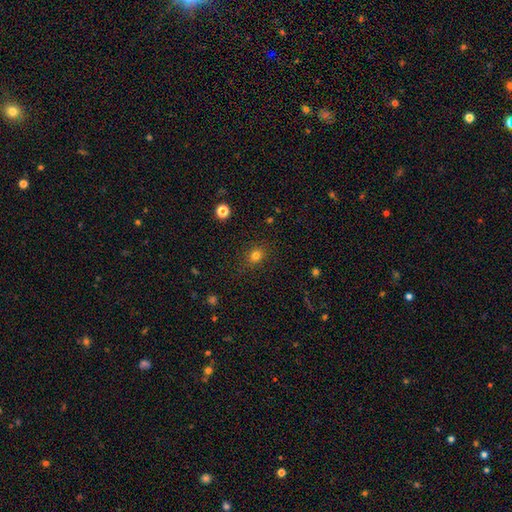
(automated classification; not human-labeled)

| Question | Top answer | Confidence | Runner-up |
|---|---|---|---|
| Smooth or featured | smooth | 79% | star or artifact (15%) |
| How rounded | round | 70% | in between (29%) |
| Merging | none | 85% | minor disturbance (10%) |